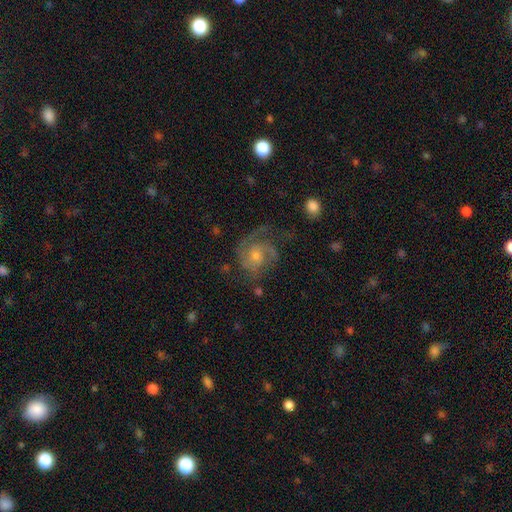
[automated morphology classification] Smooth or featured? featured or disk (85%)
Edge-on disk? no (98%)
Bar? no (69%)
Spiral arms? yes (97%)
Spiral winding? medium (46%)
Spiral arm count? 2 (56%)
Bulge size? small (46%, tied with moderate)
Merging? none (65%)